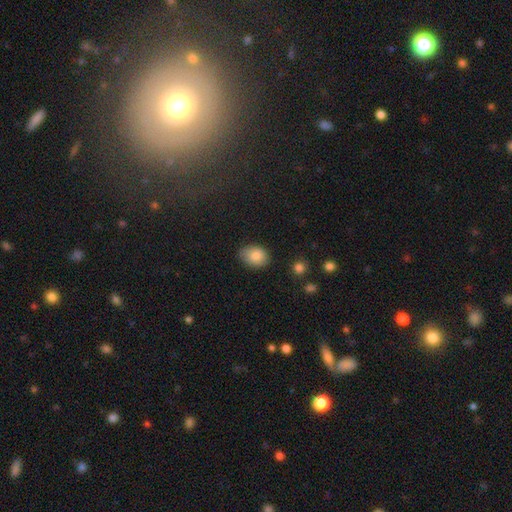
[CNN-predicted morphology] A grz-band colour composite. It shows a smooth galaxy with no disk features (84%) that is in between round and cigar-shaped (68%). Merging: none (74%).